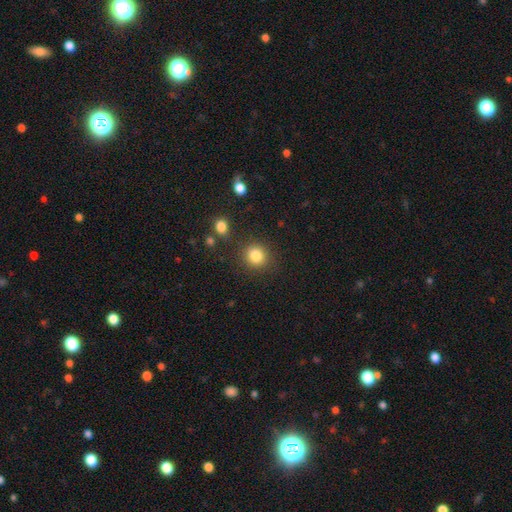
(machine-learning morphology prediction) A smooth galaxy with no disk features (84%) that is round (86%).

Vote fractions:
- Smooth or featured? smooth: 84% / star or artifact: 11% / featured or disk: 5%
- How rounded? round: 86% / in between: 13% / cigar-shaped: 1%
- Merging? none: 85% / minor disturbance: 8% / merger: 3% / major disturbance: 3%